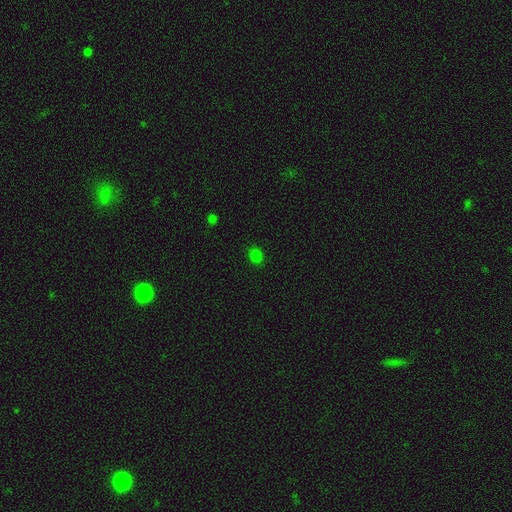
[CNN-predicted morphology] This appears to be a smooth galaxy with no disk features (80%) that is round (68%). Merging: none (89%).